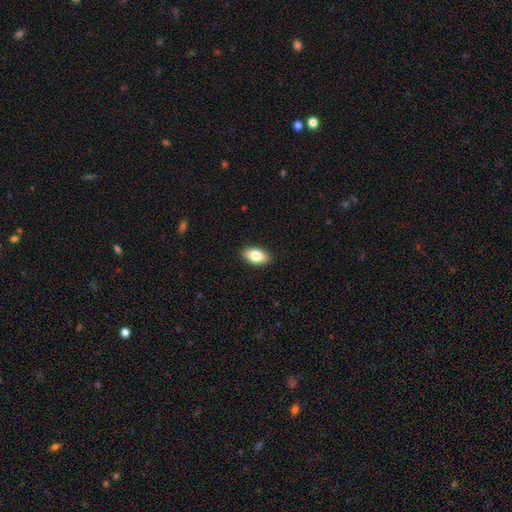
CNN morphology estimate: The model was most divided on "smooth or featured": smooth: 82%, featured or disk: 11%, star or artifact: 7%. More confident: how rounded — in between (92%); merging — none (90%).